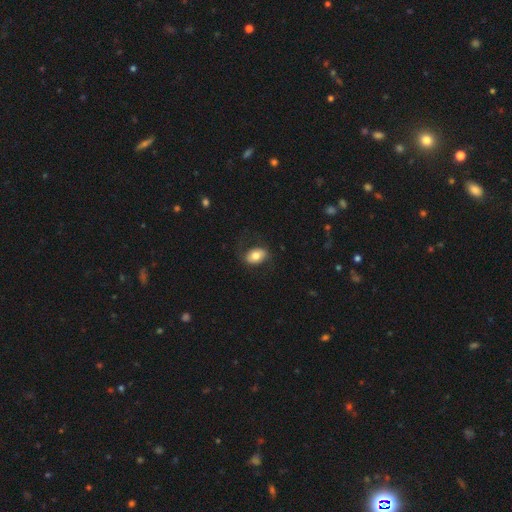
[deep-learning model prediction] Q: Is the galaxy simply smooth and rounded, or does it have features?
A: smooth — 71%.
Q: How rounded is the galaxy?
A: in between — 82%.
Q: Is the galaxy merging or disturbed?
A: none — 74%.